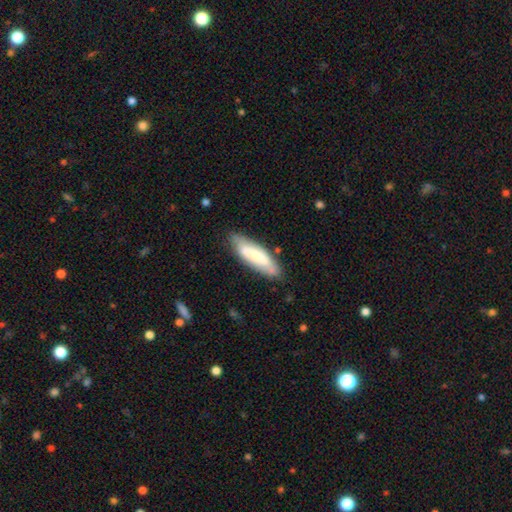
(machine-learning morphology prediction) smooth_or_featured: smooth (p=0.55) [alt: featured or disk p=0.39]
how_rounded: cigar-shaped (p=0.51) [alt: in between p=0.48]
merging: none (p=0.78) [alt: minor disturbance p=0.16]